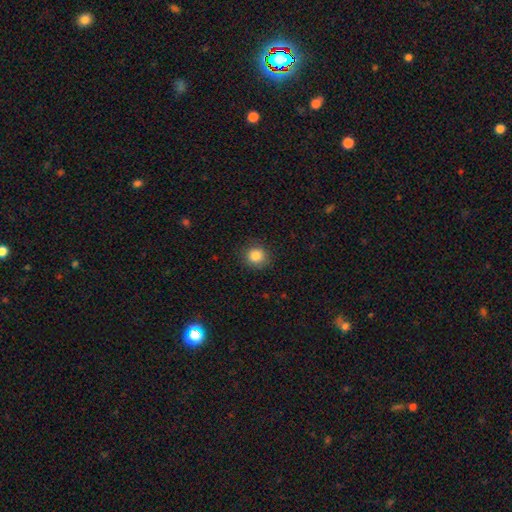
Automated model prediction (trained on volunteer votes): smooth_or_featured: smooth (p=0.85) [alt: star or artifact p=0.11]
how_rounded: round (p=0.89) [alt: in between p=0.10]
merging: none (p=0.88) [alt: minor disturbance p=0.08]